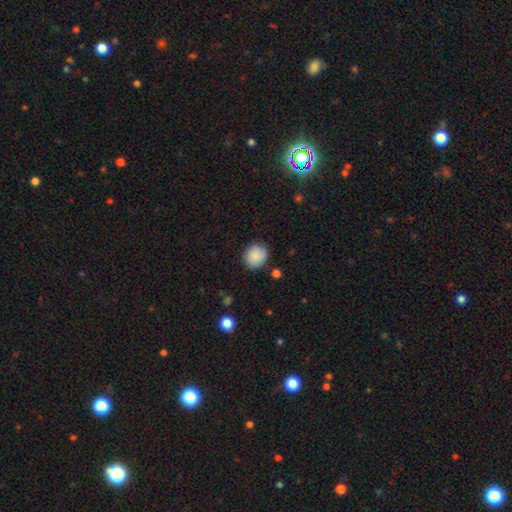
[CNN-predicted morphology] The model was most divided on "how rounded": round: 83%, in between: 16%, cigar-shaped: 1%. More confident: smooth or featured — smooth (86%); merging — none (84%).